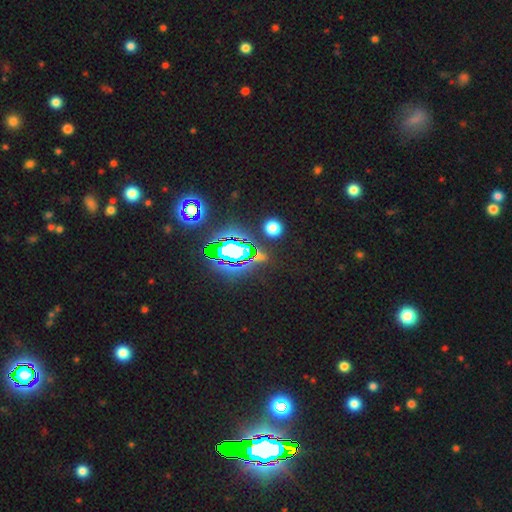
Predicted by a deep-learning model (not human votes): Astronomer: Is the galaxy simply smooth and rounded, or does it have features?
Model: star or artifact — 64%.